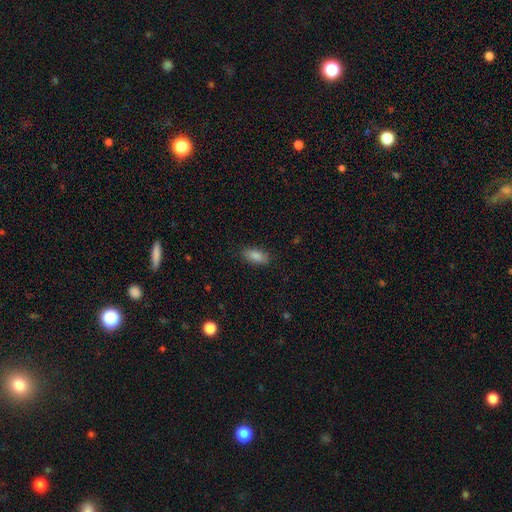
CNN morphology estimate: This is clearly a smooth galaxy (85%). How rounded: clearly in between (87%). Merging: clearly none (86%).